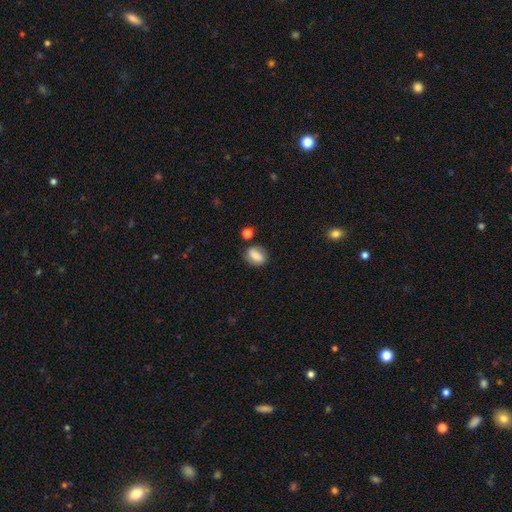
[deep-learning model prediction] A smooth galaxy with no disk features (75%) that is in between round and cigar-shaped (68%).

Vote fractions:
- Smooth or featured? smooth: 75% / featured or disk: 16% / star or artifact: 9%
- How rounded? in between: 68% / round: 28% / cigar-shaped: 4%
- Merging? none: 74% / minor disturbance: 16% / merger: 6% / major disturbance: 4%